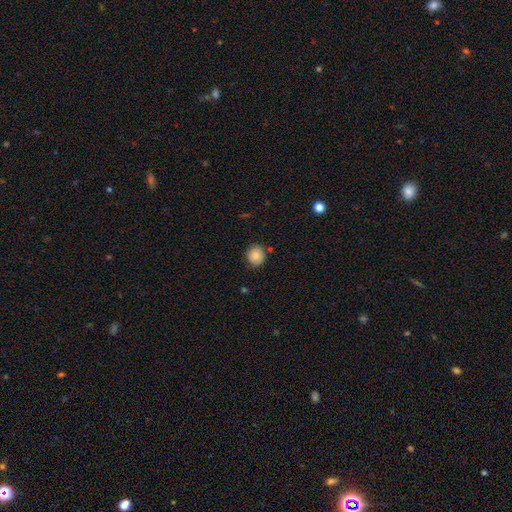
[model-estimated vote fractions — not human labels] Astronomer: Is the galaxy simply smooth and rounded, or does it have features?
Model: smooth — 82%.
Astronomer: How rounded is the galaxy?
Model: round — 89%.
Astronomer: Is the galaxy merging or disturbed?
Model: none — 83%.